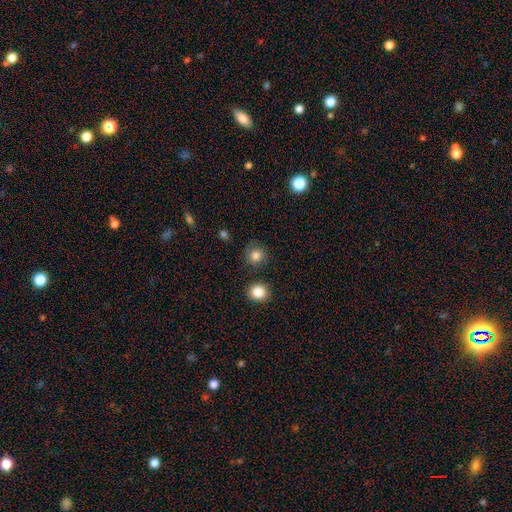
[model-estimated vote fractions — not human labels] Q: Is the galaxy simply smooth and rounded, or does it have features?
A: smooth — 83%.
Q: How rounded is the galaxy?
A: round — 88%.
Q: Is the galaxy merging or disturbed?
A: none — 79%.